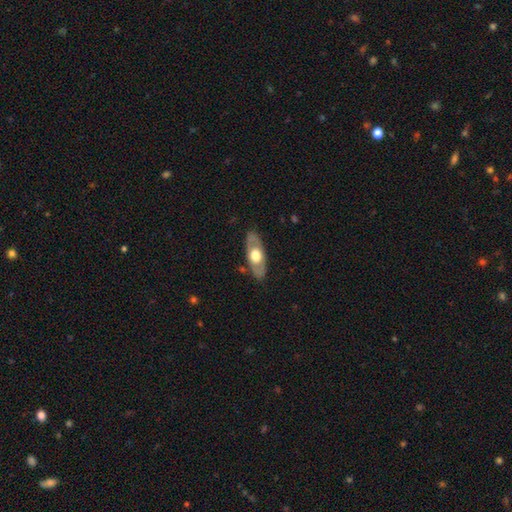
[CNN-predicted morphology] featured or disk 55%, smooth 40%, star or artifact 5%. Down the decision tree: edge-on disk — no (71%); merging — none (84%).